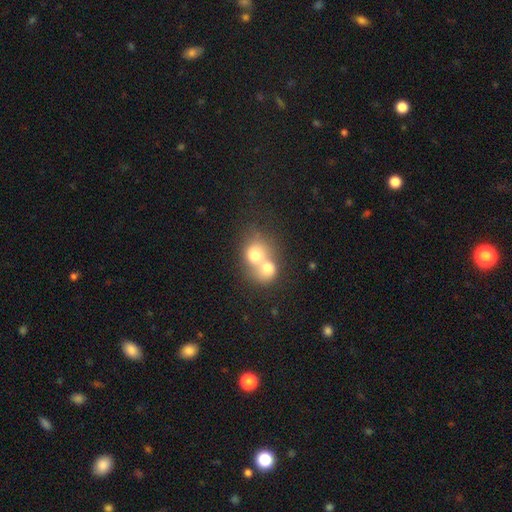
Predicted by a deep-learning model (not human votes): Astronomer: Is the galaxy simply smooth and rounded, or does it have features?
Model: smooth — 68%.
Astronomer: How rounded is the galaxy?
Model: round — 66%.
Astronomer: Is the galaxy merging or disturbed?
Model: merger — 75%.